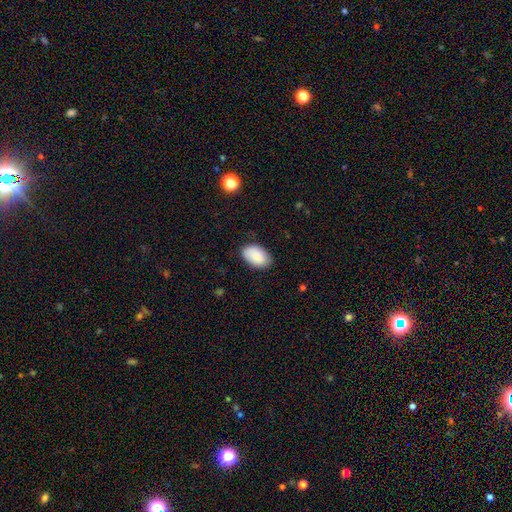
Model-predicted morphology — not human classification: Smooth or featured?
  - smooth: 87% *
  - featured or disk: 6%
  - star or artifact: 6%
How rounded?
  - in between: 93% *
  - round: 6%
  - cigar-shaped: 1%
Merging?
  - none: 83% *
  - minor disturbance: 13%
  - major disturbance: 3%
  - merger: 1%